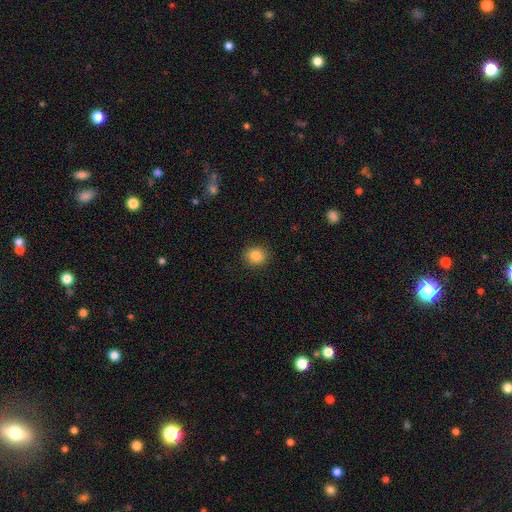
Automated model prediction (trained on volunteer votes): Smooth or featured?
  - smooth: 85% *
  - star or artifact: 10%
  - featured or disk: 5%
How rounded?
  - round: 79% *
  - in between: 20%
  - cigar-shaped: 1%
Merging?
  - none: 90% *
  - minor disturbance: 7%
  - major disturbance: 2%
  - merger: 1%